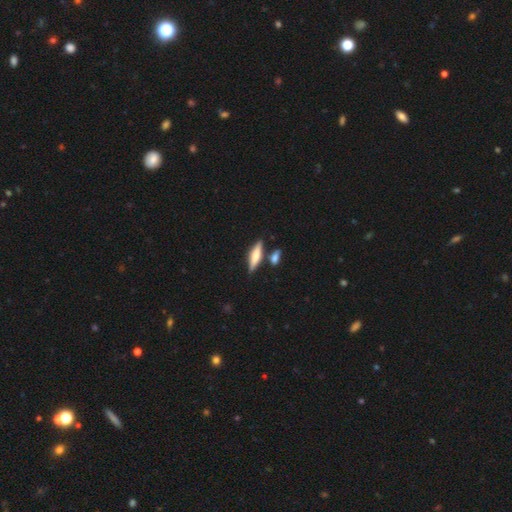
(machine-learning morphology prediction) Q: Smooth or featured?
A: smooth (57%); runner-up: featured or disk (36%)
Q: How rounded?
A: cigar-shaped (65%); runner-up: in between (32%)
Q: Merging?
A: none (75%); runner-up: minor disturbance (11%)